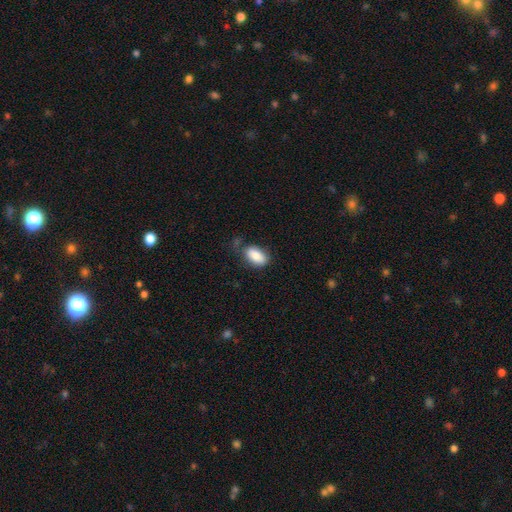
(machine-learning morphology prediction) Smooth or featured? smooth (85%)
How rounded? in between (92%)
Merging? none (65%)